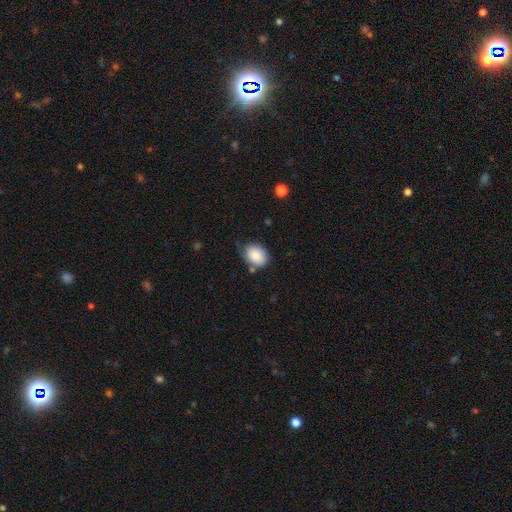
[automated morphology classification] smooth 85%, star or artifact 8%, featured or disk 7%. Down the decision tree: how rounded — in between (58%); merging — none (65%).